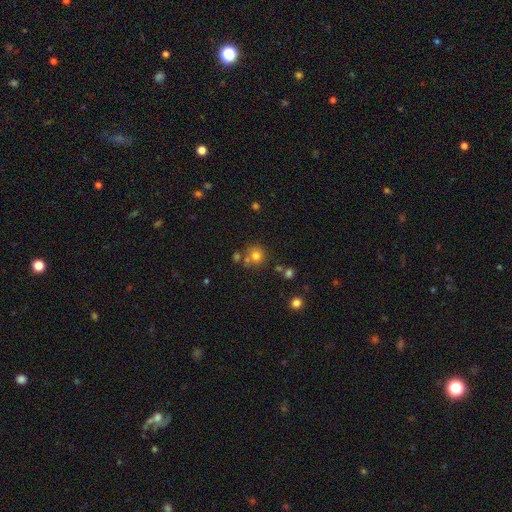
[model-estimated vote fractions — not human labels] Overall: smooth (75%). How rounded: round (89%). Merging: none (69%).